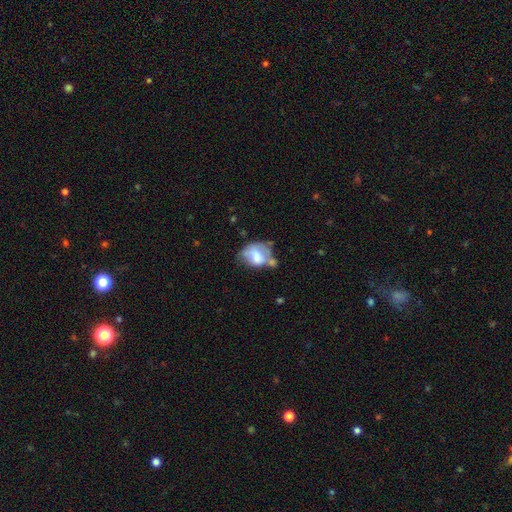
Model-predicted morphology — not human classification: The model was most divided on "merging" (3-way tie): minor disturbance: 26%, merger: 26%, none: 26%, major disturbance: 22%. More confident: how rounded — in between (60%); smooth or featured — smooth (57%).